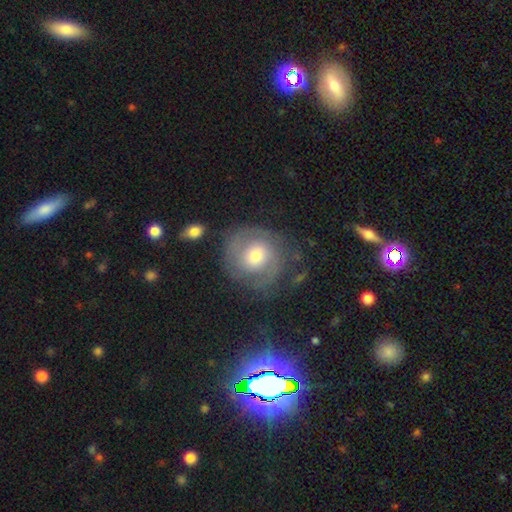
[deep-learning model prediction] This is likely a featured or disk galaxy (60%). It is clearly not viewed edge-on (97%). Bar: likely no (71%). Spiral arm pattern: clearly yes (82%). Central bulge: likely moderate (65%). Merging: likely none (68%).